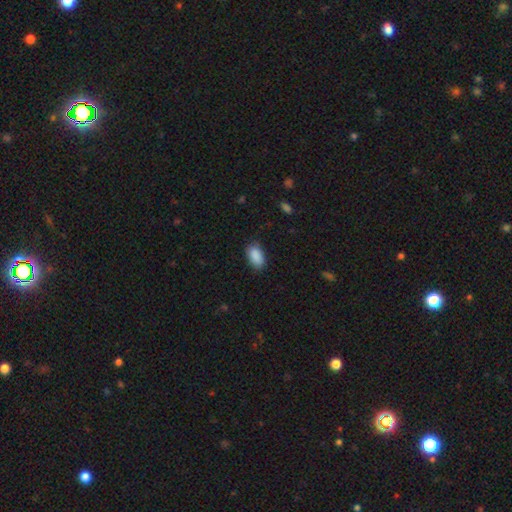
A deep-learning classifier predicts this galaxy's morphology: A smooth galaxy with no disk features (90%) that is in between round and cigar-shaped (93%). Merging: none (82%).